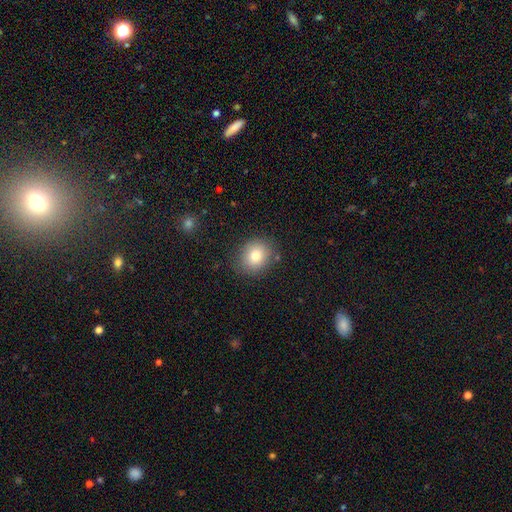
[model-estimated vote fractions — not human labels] smooth-or-featured: smooth: 77% | featured or disk: 12% | star or artifact: 11%
  how-rounded: round: 72% | in between: 27% | cigar-shaped: 1%
  merging: none: 83% | minor disturbance: 11% | major disturbance: 3% | merger: 2%